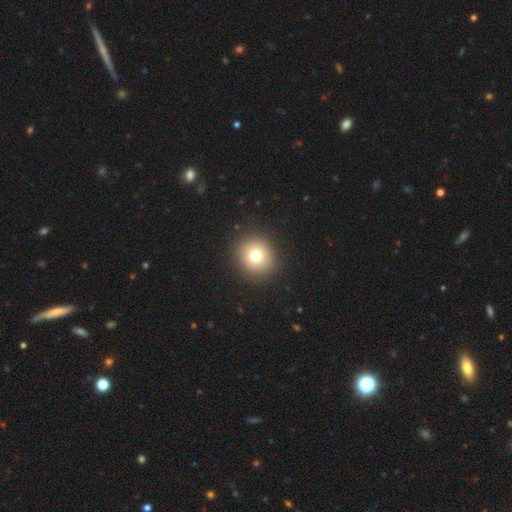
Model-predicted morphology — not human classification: Smooth or featured: smooth — 76% (star or artifact — 13%)
How rounded: round — 89% (in between — 10%)
Merging: none — 91% (minor disturbance — 6%)